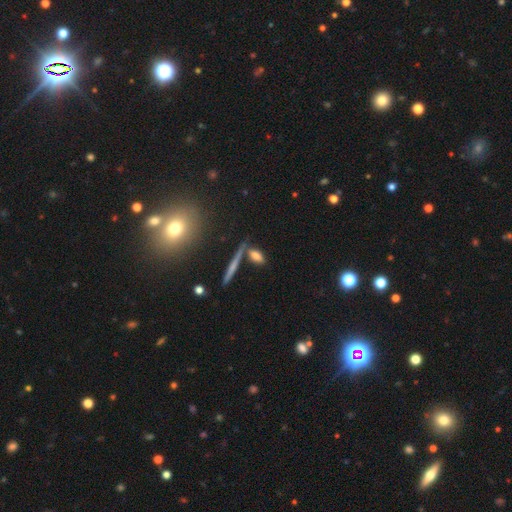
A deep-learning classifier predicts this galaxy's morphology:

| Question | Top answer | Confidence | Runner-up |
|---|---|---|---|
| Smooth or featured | smooth | 70% | featured or disk (19%) |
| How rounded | in between | 61% | cigar-shaped (33%) |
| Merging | none | 66% | merger (17%) |